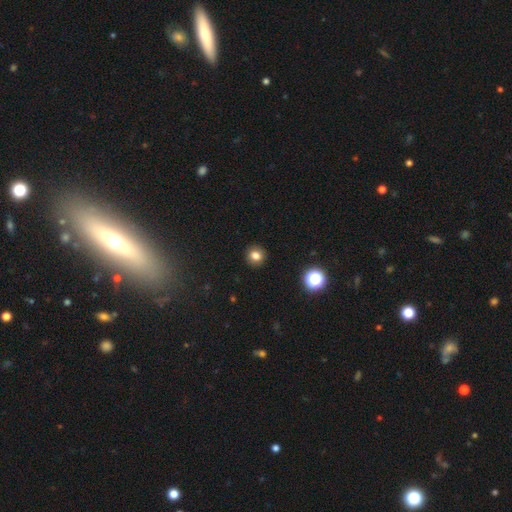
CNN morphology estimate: Smooth or featured: smooth — 80% (star or artifact — 14%)
How rounded: round — 90% (in between — 9%)
Merging: none — 92% (minor disturbance — 5%)